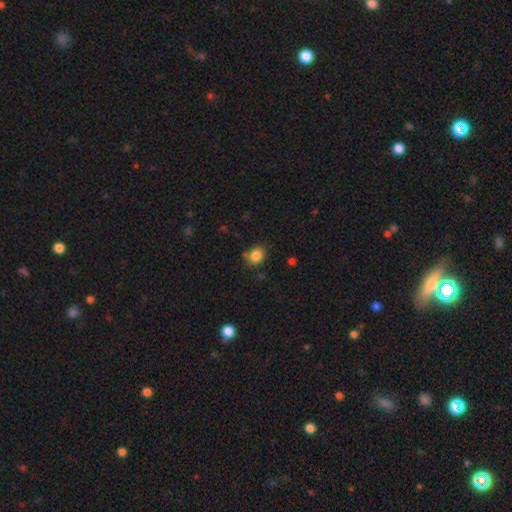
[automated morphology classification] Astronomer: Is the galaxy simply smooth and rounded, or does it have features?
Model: smooth — 84%.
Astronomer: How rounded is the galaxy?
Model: round — 62%.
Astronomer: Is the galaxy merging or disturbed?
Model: none — 75%.